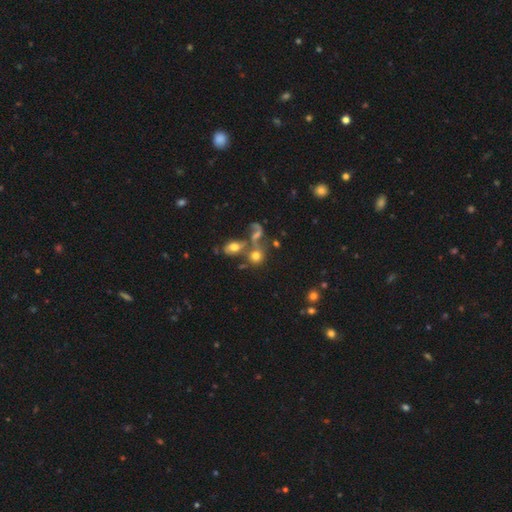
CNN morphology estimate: Smooth or featured? Predicted: smooth (p=0.65). How rounded? Predicted: round (p=0.71). Merging? Predicted: merger (p=0.41).